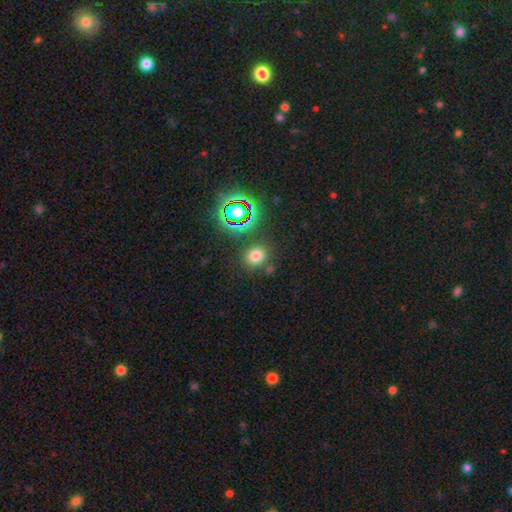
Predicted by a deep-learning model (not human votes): smooth 69%, star or artifact 23%, featured or disk 8%. Down the decision tree: how rounded — round (71%); merging — none (79%).